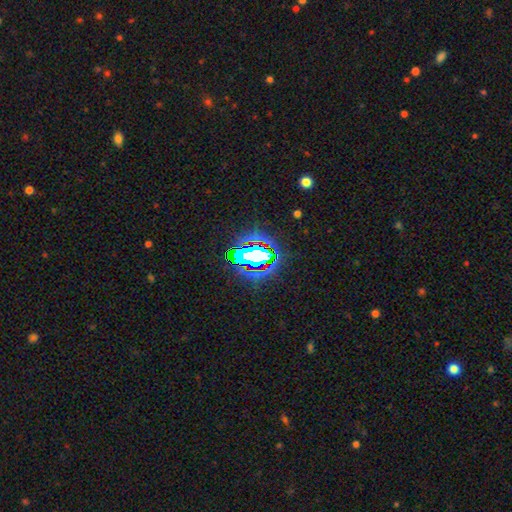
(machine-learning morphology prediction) Smooth or featured: star or artifact — 63% (smooth — 21%)